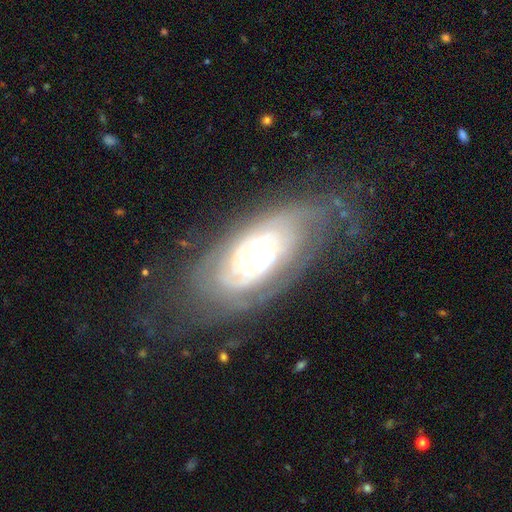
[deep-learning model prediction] smooth-or-featured: featured or disk: 82% | smooth: 12% | star or artifact: 6%
  disk-edge-on: no: 92% | yes: 8%
    bar: no: 80% | weak: 15% | strong: 5%
    has-spiral-arms: yes: 88% | no: 12%
      spiral-winding: tight: 76% | medium: 18% | loose: 6%
      spiral-arm-count: can't tell: 51% | 2: 21% | 3: 11% | 4: 7% | more than 4: 6% | 1: 5%
    bulge-size: moderate: 57% | small: 34% | large: 7% | dominant: 1% | none: 1%
  merging: none: 64% | minor disturbance: 21% | major disturbance: 14% | merger: 2%